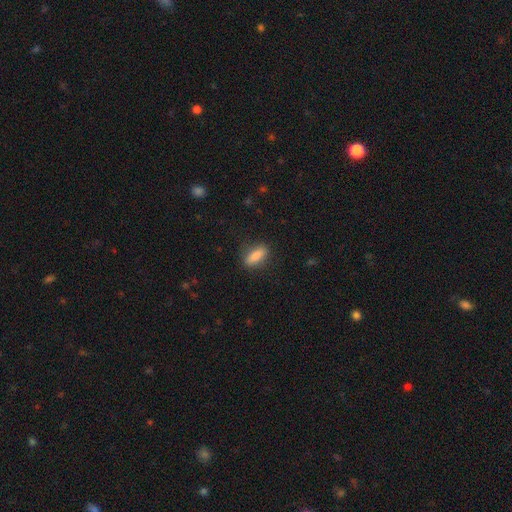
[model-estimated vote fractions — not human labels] Morphology: type=smooth (80%); roundness=in between (65%); merging=none (84%).